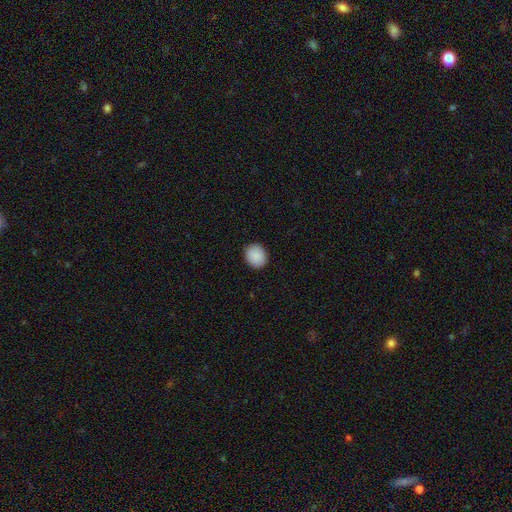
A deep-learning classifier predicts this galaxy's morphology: smooth-or-featured: smooth: 89% | star or artifact: 7% | featured or disk: 3%
  how-rounded: round: 72% | in between: 27% | cigar-shaped: 1%
  merging: none: 91% | minor disturbance: 7% | major disturbance: 2% | merger: 1%